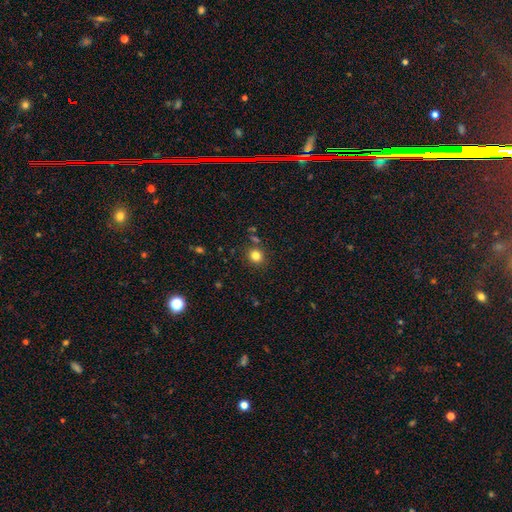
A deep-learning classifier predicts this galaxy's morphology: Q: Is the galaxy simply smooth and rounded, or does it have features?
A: smooth — 81%.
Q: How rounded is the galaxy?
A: round — 88%.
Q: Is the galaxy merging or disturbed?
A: none — 85%.